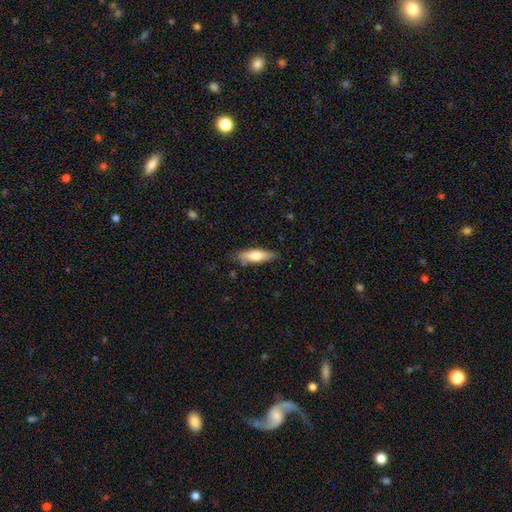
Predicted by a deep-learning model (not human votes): smooth 67%, featured or disk 27%, star or artifact 6%. Down the decision tree: how rounded — cigar-shaped (56%); merging — none (81%).